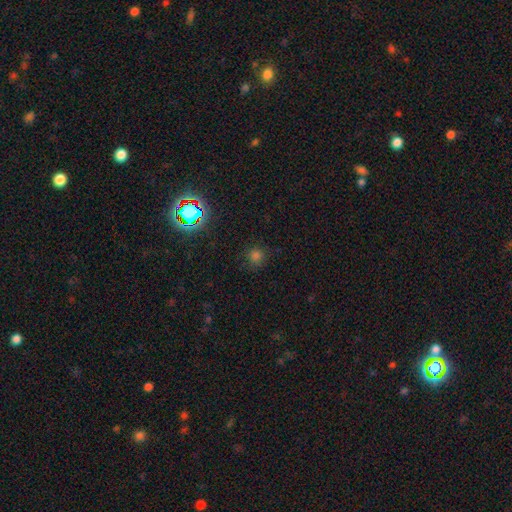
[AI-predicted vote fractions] smooth 65%, star or artifact 29%, featured or disk 6%. Down the decision tree: how rounded — round (92%); merging — none (85%).